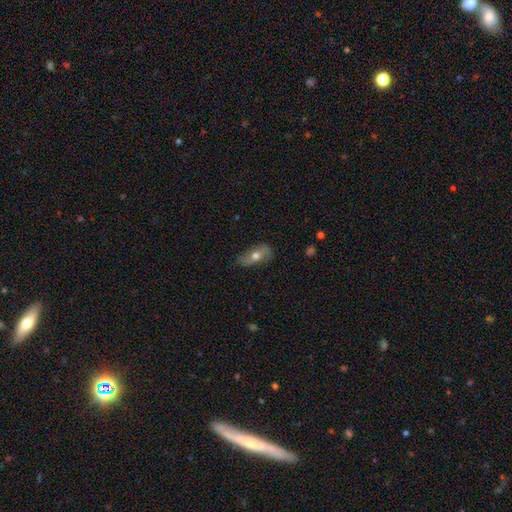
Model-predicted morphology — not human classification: Smooth or featured?
  - smooth: 47% *
  - featured or disk: 44%
  - star or artifact: 8%
Merging?
  - none: 70% *
  - minor disturbance: 22%
  - major disturbance: 6%
  - merger: 2%